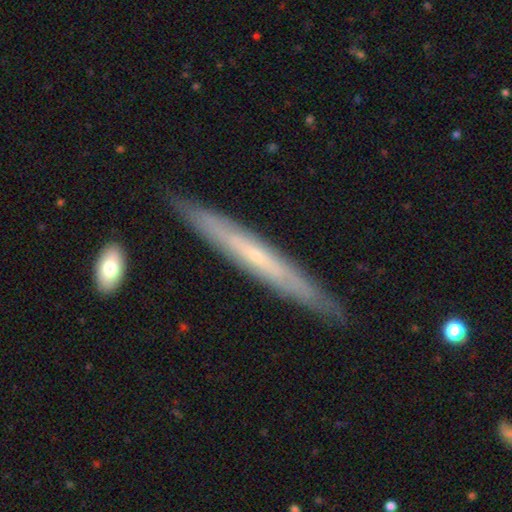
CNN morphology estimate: This appears to be a featured or disk galaxy (66%) viewed edge-on (90%) with no central bulge (64%). Merging: none (88%).